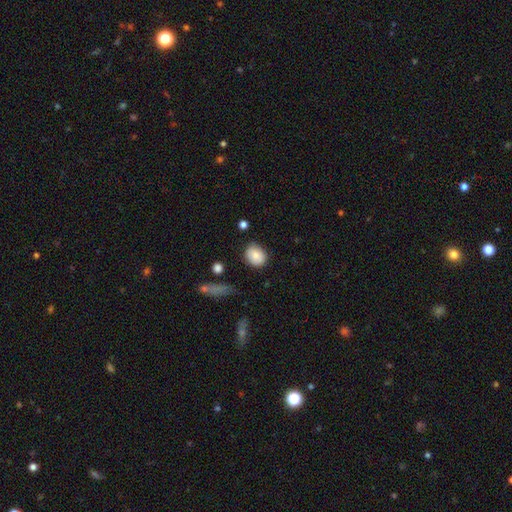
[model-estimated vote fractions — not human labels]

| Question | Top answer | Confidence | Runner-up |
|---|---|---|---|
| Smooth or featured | smooth | 84% | featured or disk (8%) |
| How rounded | round | 57% | in between (41%) |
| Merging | none | 78% | minor disturbance (17%) |